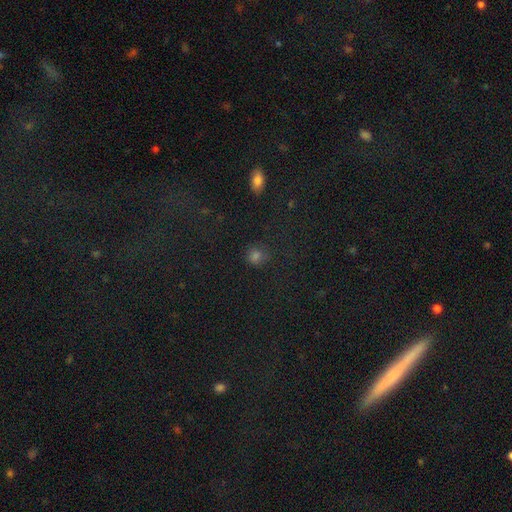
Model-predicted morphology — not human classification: This is likely a smooth galaxy (74%). How rounded: likely round (79%). Merging: likely none (77%).